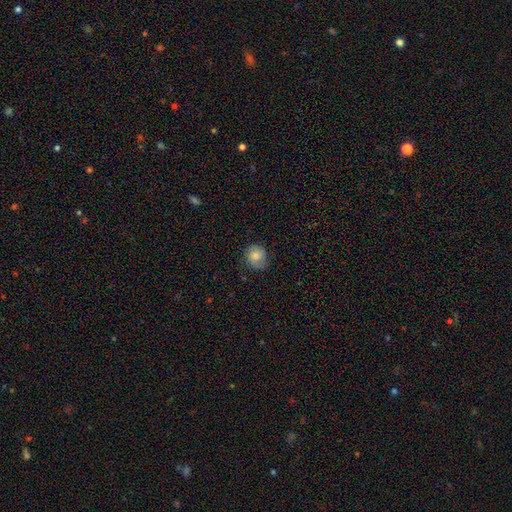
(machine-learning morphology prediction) smooth-or-featured: smooth: 73% | featured or disk: 19% | star or artifact: 8%
  how-rounded: round: 76% | in between: 23% | cigar-shaped: 1%
  merging: none: 67% | minor disturbance: 24% | major disturbance: 8% | merger: 1%